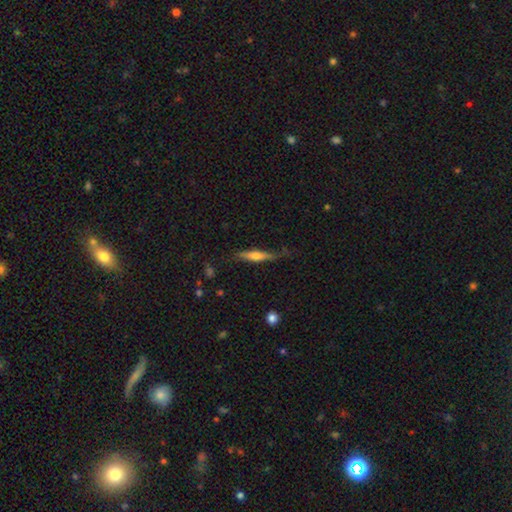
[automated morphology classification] Smooth or featured?
  - smooth: 50% *
  - featured or disk: 43%
  - star or artifact: 6%
How rounded?
  - cigar-shaped: 81% *
  - in between: 17%
  - round: 2%
Merging?
  - none: 64% *
  - minor disturbance: 26%
  - major disturbance: 8%
  - merger: 2%